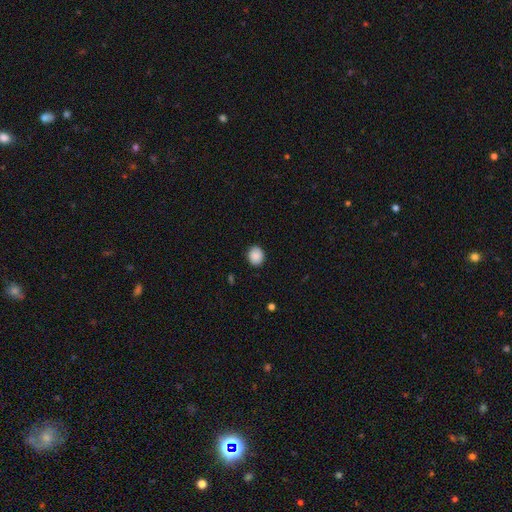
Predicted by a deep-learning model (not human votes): Smooth or featured?
  - smooth: 89% *
  - star or artifact: 8%
  - featured or disk: 4%
How rounded?
  - round: 68% *
  - in between: 31%
  - cigar-shaped: 1%
Merging?
  - none: 87% *
  - minor disturbance: 9%
  - major disturbance: 2%
  - merger: 1%